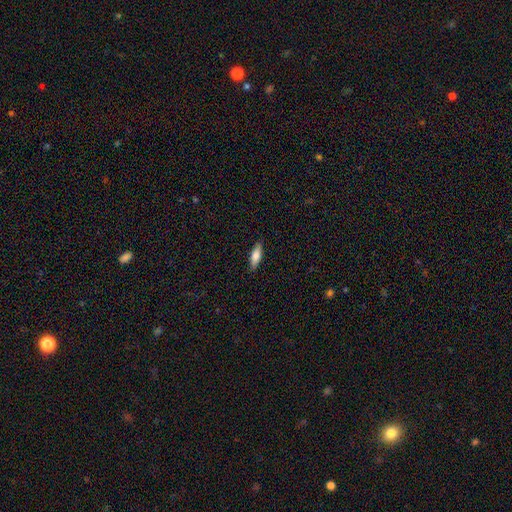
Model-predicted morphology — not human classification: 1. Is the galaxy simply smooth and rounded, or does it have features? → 76% smooth, 18% featured or disk, 6% star or artifact.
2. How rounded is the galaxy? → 58% in between, 40% cigar-shaped, 2% round.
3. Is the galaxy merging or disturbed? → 88% none, 9% minor disturbance, 2% major disturbance, 1% merger.